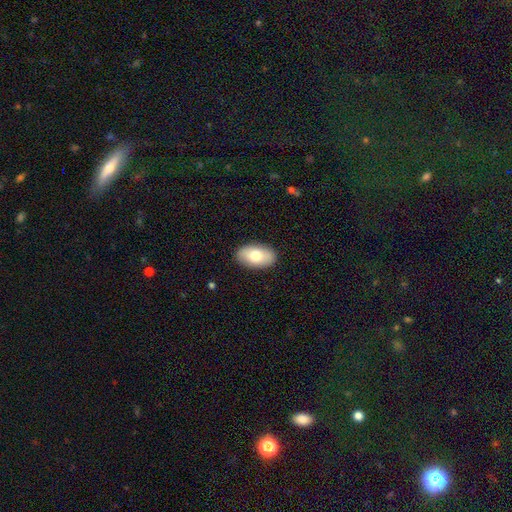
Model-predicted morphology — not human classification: Smooth or featured: smooth — 75% (featured or disk — 19%)
How rounded: in between — 94% (round — 5%)
Merging: none — 88% (minor disturbance — 9%)